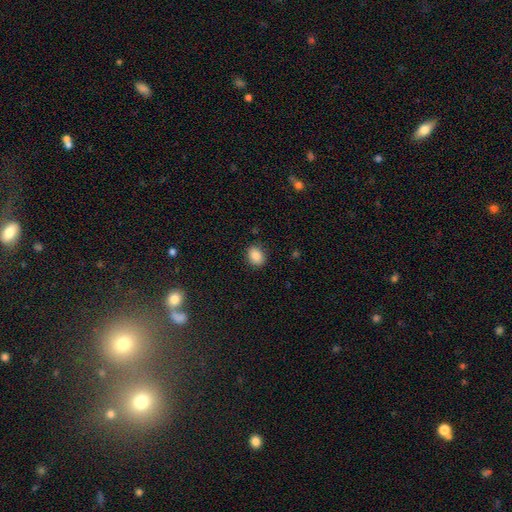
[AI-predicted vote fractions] A smooth galaxy with no disk features (86%) that is in between round and cigar-shaped (62%).

Vote fractions:
- Smooth or featured? smooth: 86% / star or artifact: 9% / featured or disk: 5%
- How rounded? in between: 62% / round: 37% / cigar-shaped: 1%
- Merging? none: 86% / minor disturbance: 10% / major disturbance: 3% / merger: 1%